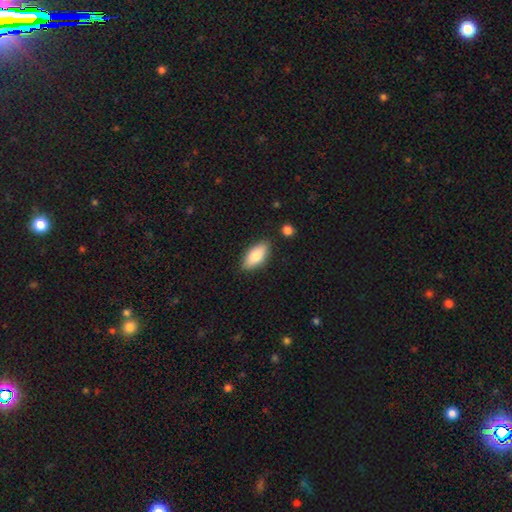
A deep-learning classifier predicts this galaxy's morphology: Smooth or featured: smooth — 78% (featured or disk — 16%)
How rounded: in between — 84% (cigar-shaped — 14%)
Merging: none — 85% (minor disturbance — 10%)